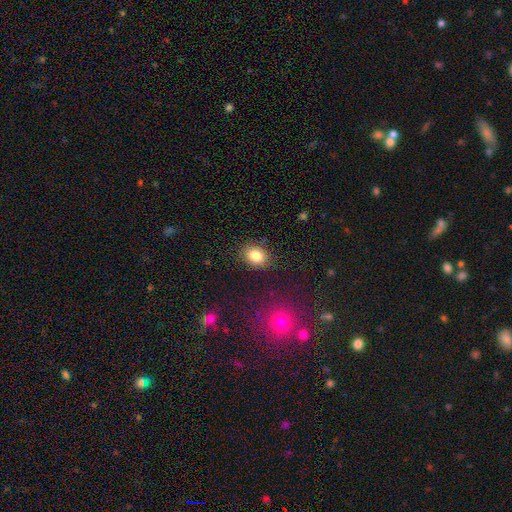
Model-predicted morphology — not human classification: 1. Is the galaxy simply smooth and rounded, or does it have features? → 84% smooth, 9% star or artifact, 7% featured or disk.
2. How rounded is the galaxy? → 68% in between, 31% round, 1% cigar-shaped.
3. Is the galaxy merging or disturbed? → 85% none, 10% minor disturbance, 3% major disturbance, 2% merger.